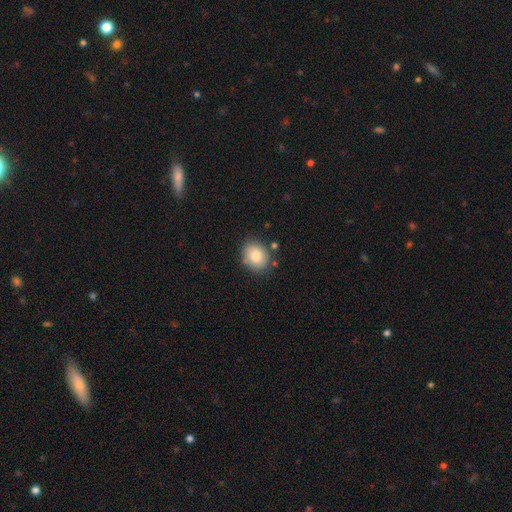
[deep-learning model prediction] smooth 82%, featured or disk 10%, star or artifact 9%. Down the decision tree: how rounded — round (56%); merging — none (79%).